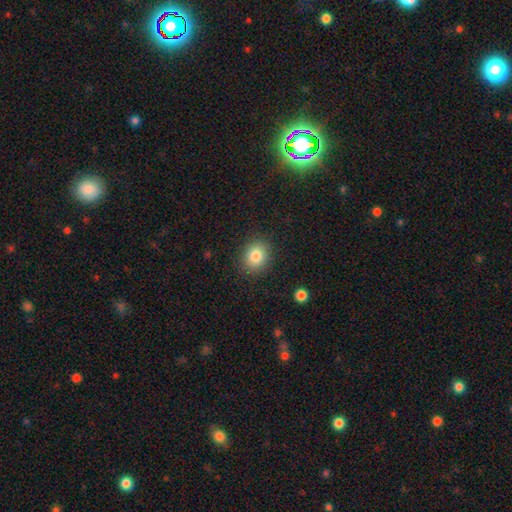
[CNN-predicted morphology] A smooth galaxy with no disk features (83%) that is round (56%). Merging: none (88%).